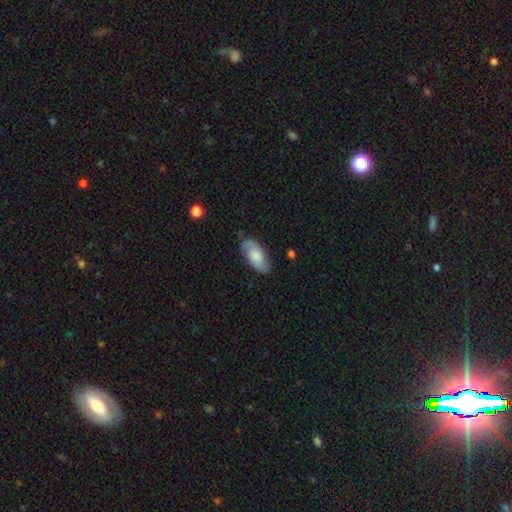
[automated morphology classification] This is likely a featured or disk galaxy (63%). It is clearly not viewed edge-on (93%). Bar: likely no (64%). Spiral arm pattern: clearly yes (91%). Spiral arm count: clearly 2 (87%). Spiral winding: possibly medium (47%). Central bulge: marginally moderate (35%). Merging: likely none (79%).